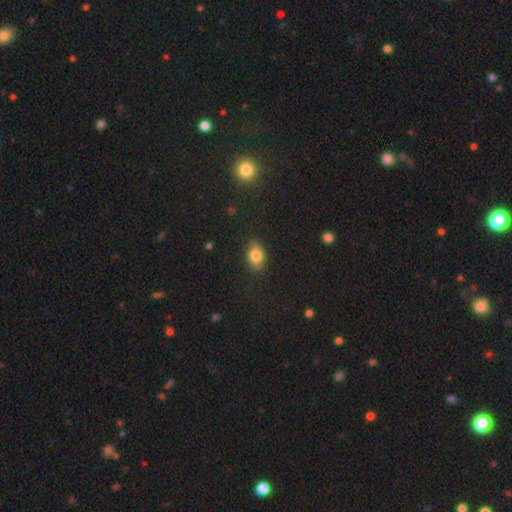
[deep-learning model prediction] Overall: smooth (80%). How rounded: in between (82%). Merging: none (83%).